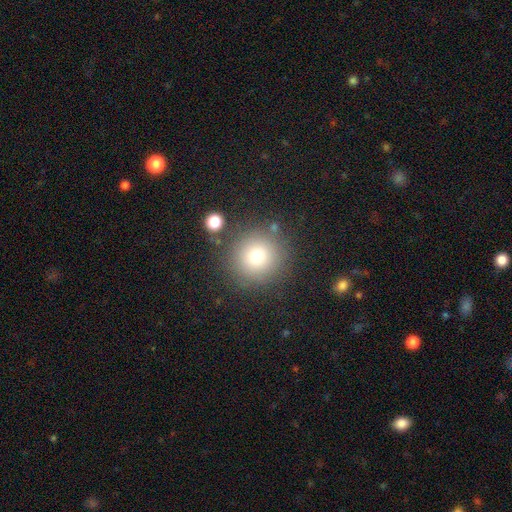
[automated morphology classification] Smooth or featured?
  - smooth: 73% *
  - star or artifact: 17%
  - featured or disk: 9%
How rounded?
  - round: 95% *
  - in between: 4%
  - cigar-shaped: 1%
Merging?
  - none: 86% *
  - minor disturbance: 7%
  - merger: 4%
  - major disturbance: 3%